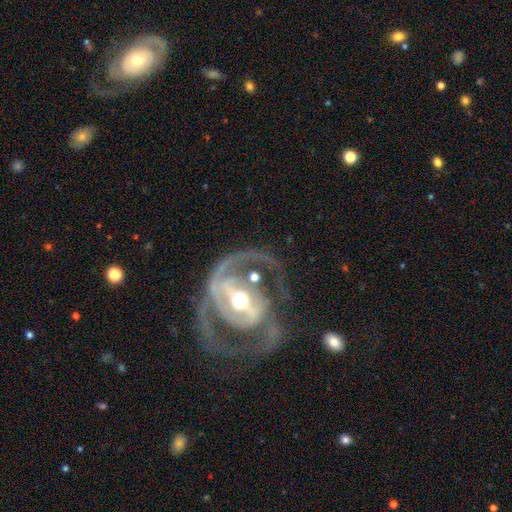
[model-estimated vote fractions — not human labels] Overall: featured or disk (88%). Edge-on disk: no (96%). Bar: strong (48%; weak 30%). Spiral arms: yes (87%). Spiral arm count: 2 (63%). Spiral winding: medium (46%; tight 36%). Bulge size: moderate (67%). Merging: none (47%; major disturbance 32%).